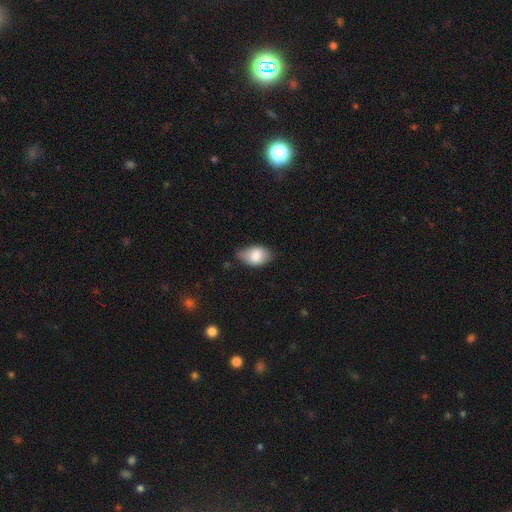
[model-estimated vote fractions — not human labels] Smooth or featured?
  - smooth: 82% *
  - featured or disk: 11%
  - star or artifact: 7%
How rounded?
  - in between: 89% *
  - round: 9%
  - cigar-shaped: 2%
Merging?
  - none: 62% *
  - minor disturbance: 31%
  - major disturbance: 5%
  - merger: 2%